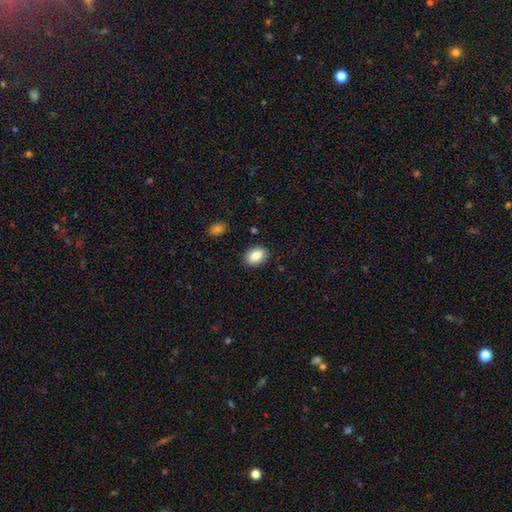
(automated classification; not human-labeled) Morphology: type=smooth (87%); roundness=in between (79%); merging=none (87%).